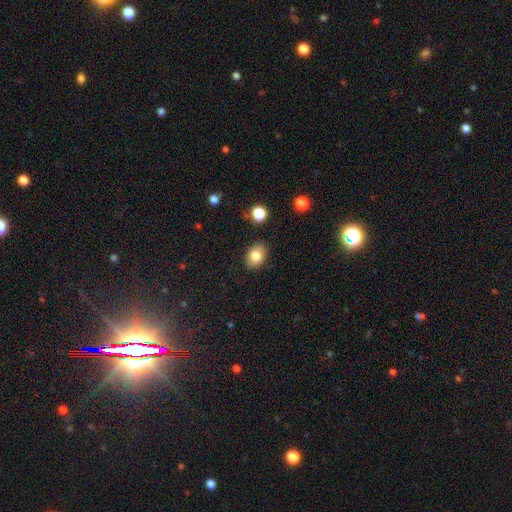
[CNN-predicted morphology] Smooth or featured? smooth (82%)
How rounded? in between (73%)
Merging? none (86%)